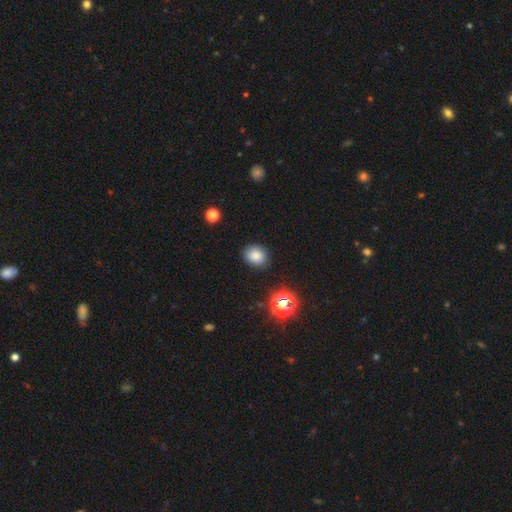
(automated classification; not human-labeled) Morphology: type=smooth (80%); roundness=round (63%); merging=none (85%).